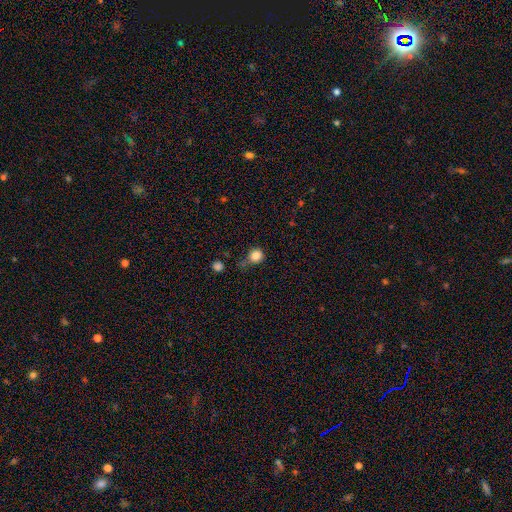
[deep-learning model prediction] smooth-or-featured: smooth: 84% | star or artifact: 11% | featured or disk: 5%
  how-rounded: round: 89% | in between: 10% | cigar-shaped: 1%
  merging: none: 63% | minor disturbance: 22% | merger: 8% | major disturbance: 7%